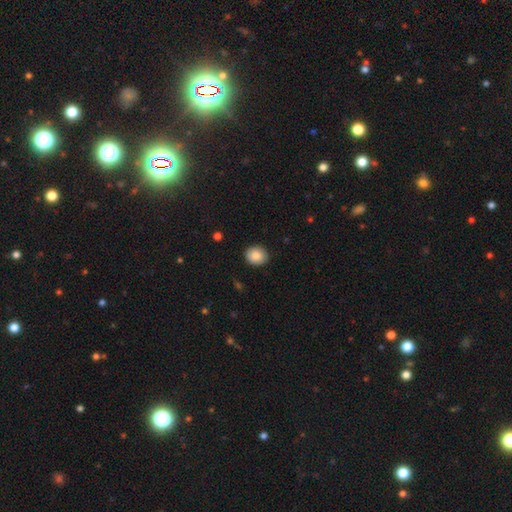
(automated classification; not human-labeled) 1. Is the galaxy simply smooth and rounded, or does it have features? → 87% smooth, 7% star or artifact, 6% featured or disk.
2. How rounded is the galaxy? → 64% round, 35% in between, 1% cigar-shaped.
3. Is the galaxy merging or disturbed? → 89% none, 8% minor disturbance, 2% major disturbance, 1% merger.